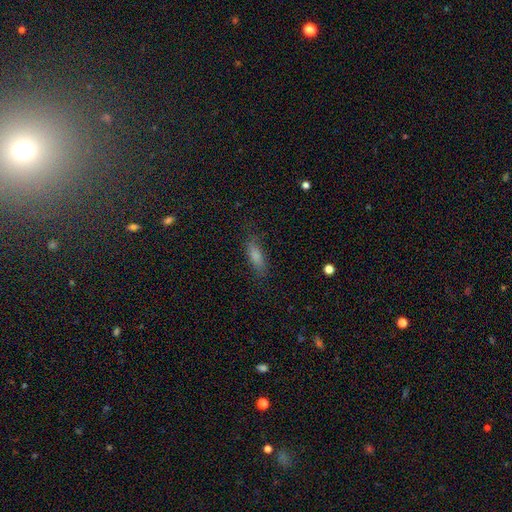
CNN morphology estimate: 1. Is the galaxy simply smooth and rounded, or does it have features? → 78% smooth, 13% featured or disk, 9% star or artifact.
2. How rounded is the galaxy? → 52% in between, 46% cigar-shaped, 2% round.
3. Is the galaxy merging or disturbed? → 76% none, 17% minor disturbance, 6% major disturbance, 1% merger.